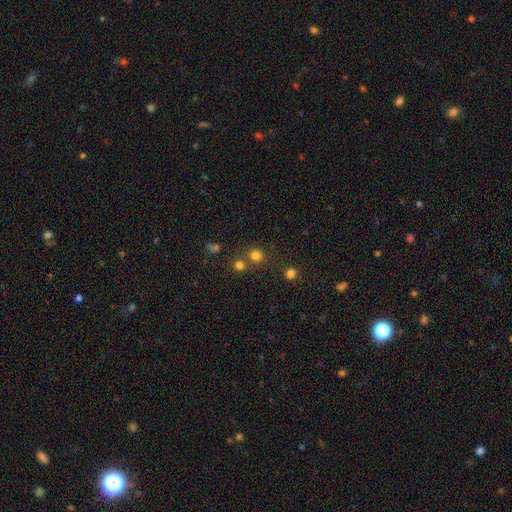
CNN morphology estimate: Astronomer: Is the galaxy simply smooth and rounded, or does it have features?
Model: smooth — 75%.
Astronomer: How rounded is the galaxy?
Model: round — 91%.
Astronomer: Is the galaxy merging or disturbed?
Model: none — 70%.